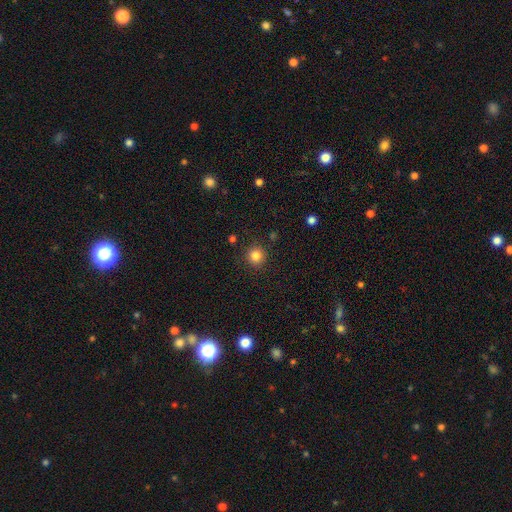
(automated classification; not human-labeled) smooth 83%, star or artifact 12%, featured or disk 5%. Down the decision tree: how rounded — round (94%); merging — none (90%).